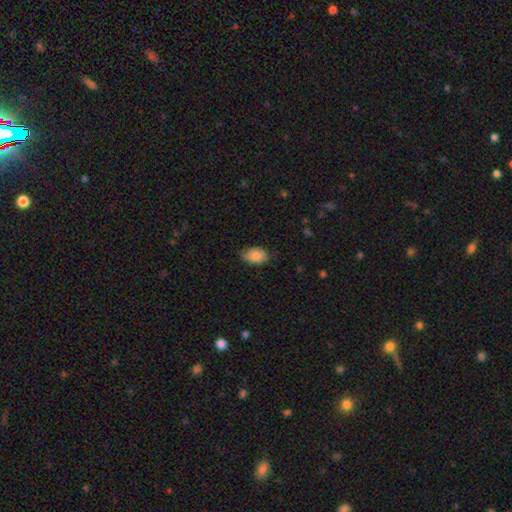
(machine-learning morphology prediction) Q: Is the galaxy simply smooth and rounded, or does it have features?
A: smooth — 85%.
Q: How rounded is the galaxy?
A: in between — 85%.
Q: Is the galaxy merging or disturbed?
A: none — 67%.